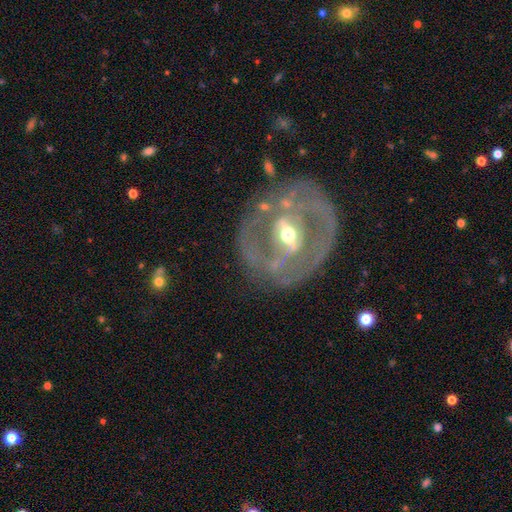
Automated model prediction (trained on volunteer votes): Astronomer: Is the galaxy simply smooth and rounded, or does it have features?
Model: featured or disk — 83%.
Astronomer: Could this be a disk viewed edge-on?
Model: no — 95%.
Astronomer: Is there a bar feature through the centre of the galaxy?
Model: strong — 46% (runner-up: weak, 35%).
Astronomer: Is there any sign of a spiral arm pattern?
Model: yes — 68%.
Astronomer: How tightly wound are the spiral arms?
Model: tight — 51% (runner-up: medium, 35%).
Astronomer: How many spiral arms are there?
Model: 2 — 59%.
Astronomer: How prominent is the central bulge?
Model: moderate — 56% (runner-up: small, 39%).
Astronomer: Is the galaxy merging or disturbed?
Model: none — 73%.